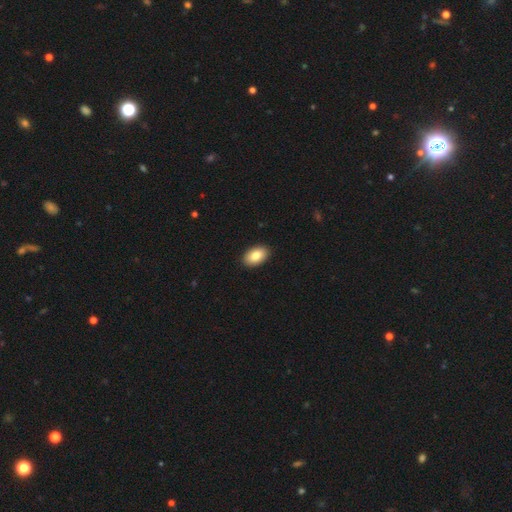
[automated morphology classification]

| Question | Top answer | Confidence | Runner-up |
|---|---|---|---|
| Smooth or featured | smooth | 85% | featured or disk (9%) |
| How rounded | in between | 93% | round (6%) |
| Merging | none | 91% | minor disturbance (7%) |